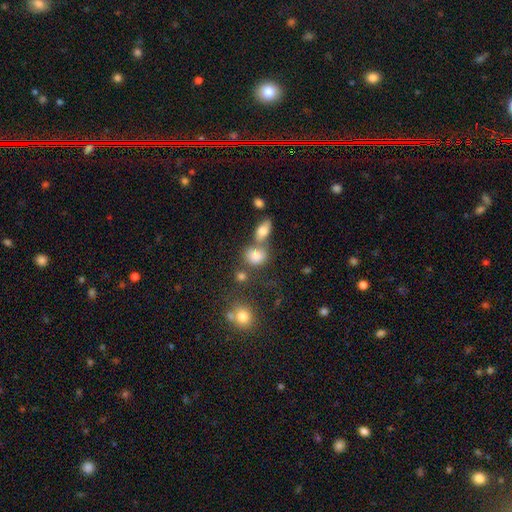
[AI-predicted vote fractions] Smooth or featured? smooth (79%)
How rounded? round (56%)
Merging? none (49%)